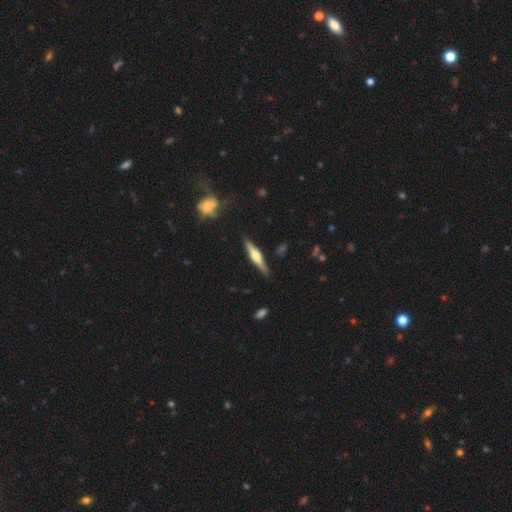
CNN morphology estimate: Overall: featured or disk (62%; smooth 32%). Edge-on disk: yes (97%). Edge-on bulge: rounded (76%). Merging: none (86%).